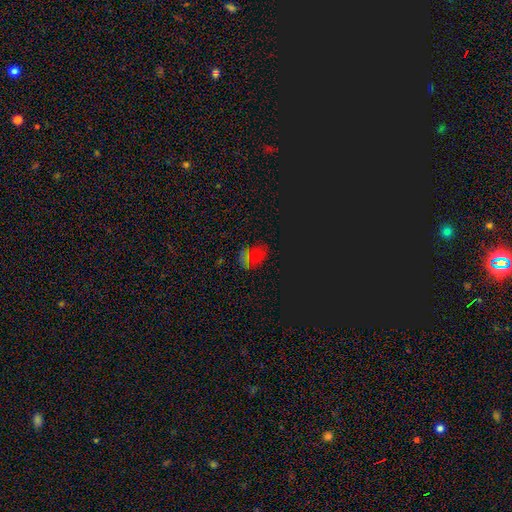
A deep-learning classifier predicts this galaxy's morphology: The model was most divided on "smooth or featured": star or artifact: 49%, smooth: 43%, featured or disk: 8%.